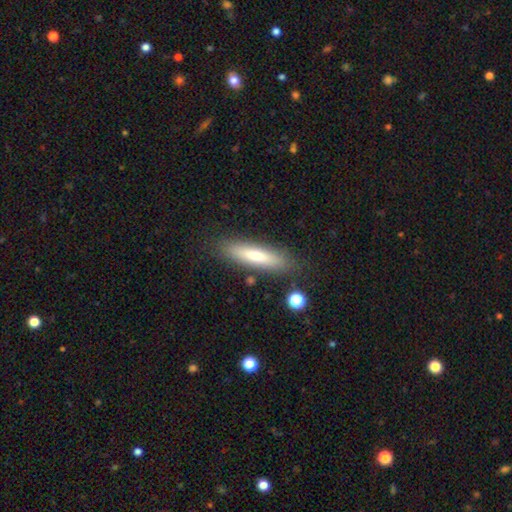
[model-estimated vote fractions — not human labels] Q: Smooth or featured?
A: smooth (67%); runner-up: featured or disk (26%)
Q: How rounded?
A: cigar-shaped (74%); runner-up: in between (24%)
Q: Merging?
A: none (84%); runner-up: minor disturbance (11%)